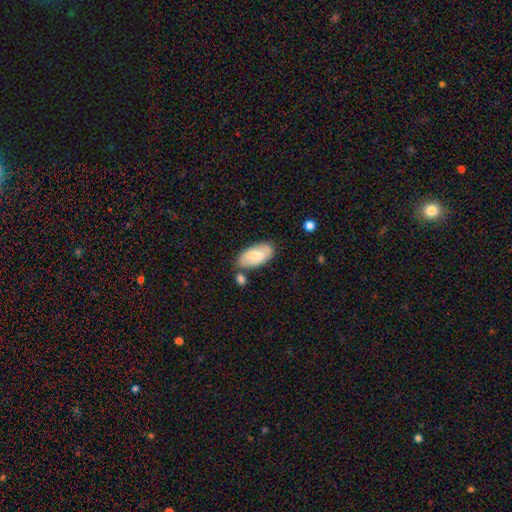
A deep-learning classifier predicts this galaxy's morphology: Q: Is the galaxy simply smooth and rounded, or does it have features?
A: smooth — 67%.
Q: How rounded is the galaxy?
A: in between — 93%.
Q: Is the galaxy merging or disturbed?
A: none — 68%.